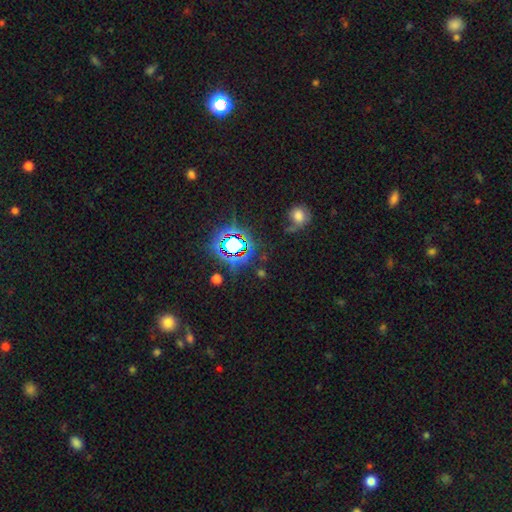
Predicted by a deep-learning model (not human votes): Smooth or featured? star or artifact (75%)